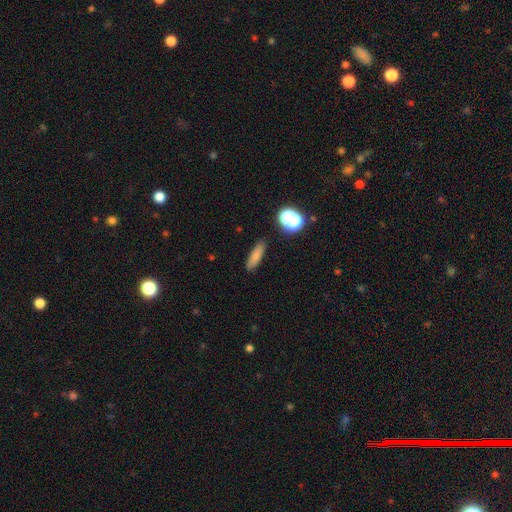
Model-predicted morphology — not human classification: A smooth galaxy with no disk features (79%) that is cigar-shaped (54%).

Vote fractions:
- Smooth or featured? smooth: 79% / star or artifact: 12% / featured or disk: 10%
- How rounded? cigar-shaped: 54% / in between: 41% / round: 5%
- Merging? none: 85% / minor disturbance: 10% / major disturbance: 3% / merger: 2%